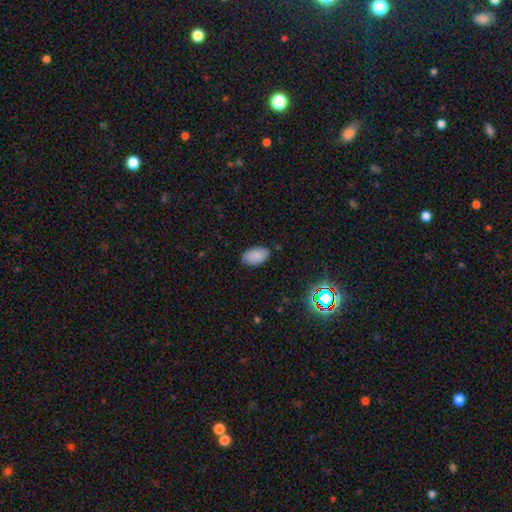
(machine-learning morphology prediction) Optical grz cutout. It shows a smooth galaxy with no disk features (86%) that is in between round and cigar-shaped (95%). Merging: none (83%).